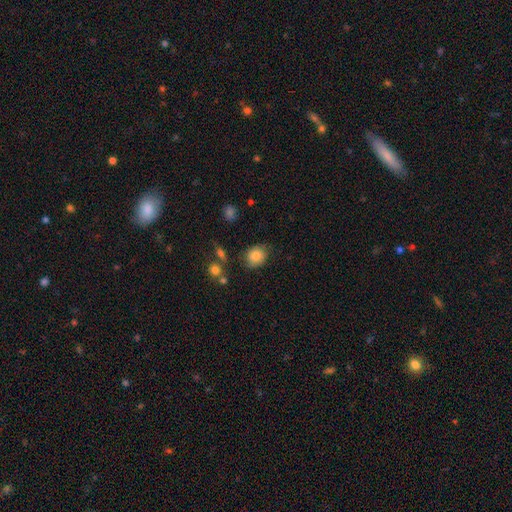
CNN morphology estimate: smooth-or-featured: smooth: 78% | featured or disk: 13% | star or artifact: 9%
  how-rounded: round: 50% | in between: 49% | cigar-shaped: 1%
  merging: none: 71% | minor disturbance: 20% | major disturbance: 6% | merger: 3%